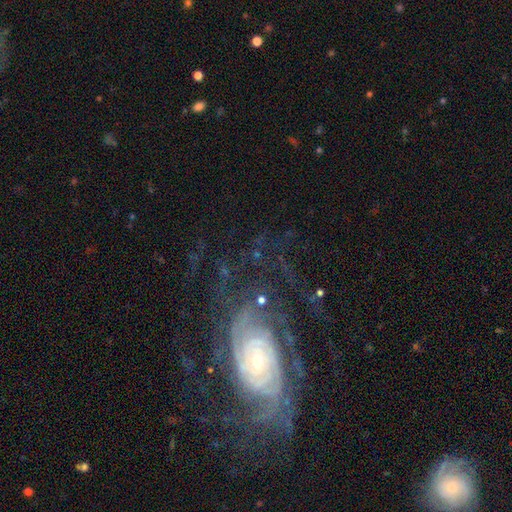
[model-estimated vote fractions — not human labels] Morphology: type=featured or disk (84%); edge-on=no (95%); bar=no (71%); spiral arms=yes (96%); winding=tight (70%); arm count=can't tell (31%); bulge=small (67%); merging=none (67%).